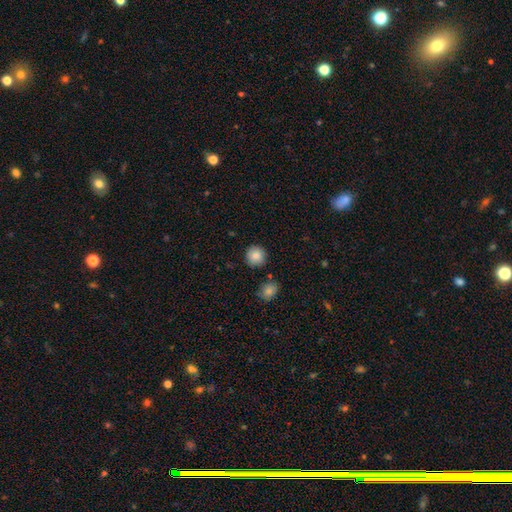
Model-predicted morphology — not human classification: smooth 86%, star or artifact 9%, featured or disk 5%. Down the decision tree: how rounded — round (93%); merging — none (87%).